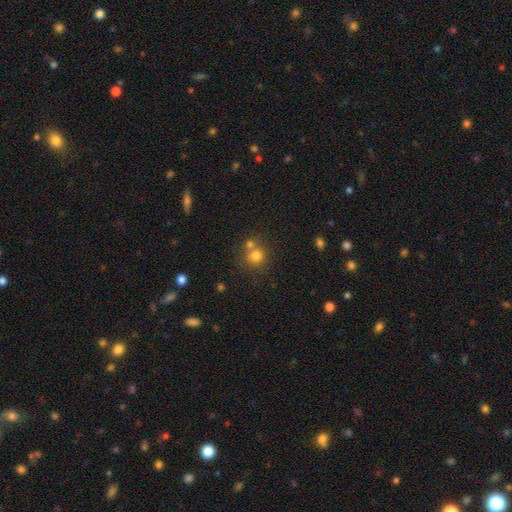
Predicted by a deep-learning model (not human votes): This is likely a smooth galaxy (77%). How rounded: clearly round (88%). Merging: possibly none (57%).